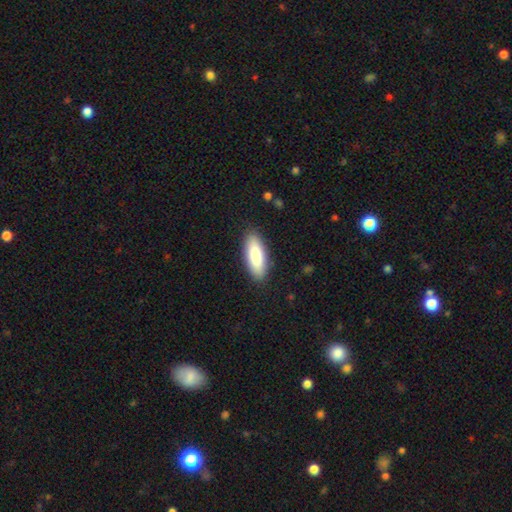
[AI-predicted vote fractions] smooth 85%, featured or disk 9%, star or artifact 5%. Down the decision tree: how rounded — in between (70%); merging — none (88%).